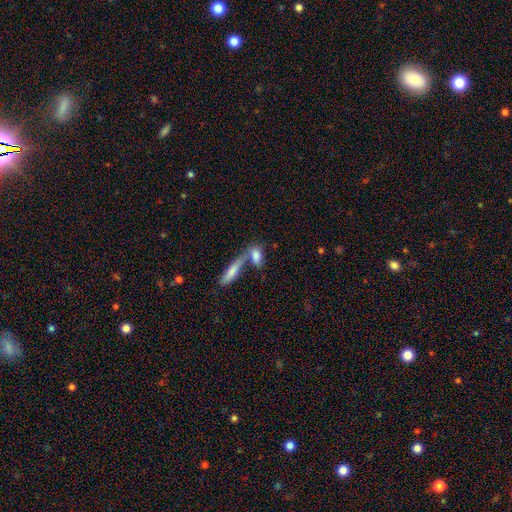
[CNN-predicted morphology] smooth_or_featured: smooth (p=0.77) [alt: featured or disk p=0.16]
how_rounded: in between (p=0.64) [alt: cigar-shaped p=0.29]
merging: merger (p=0.47) [alt: none p=0.38]